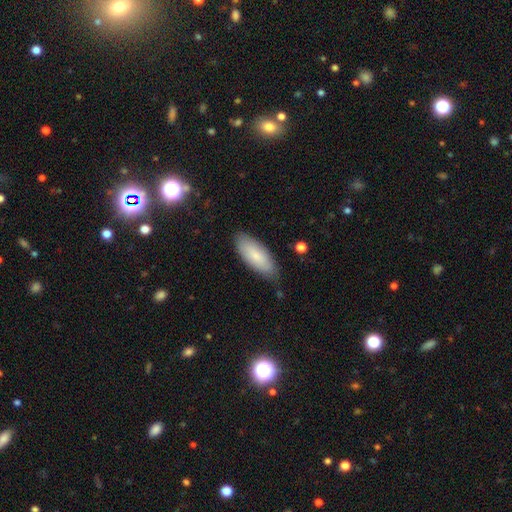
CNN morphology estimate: Overall: smooth (80%). How rounded: in between (77%). Merging: none (77%).